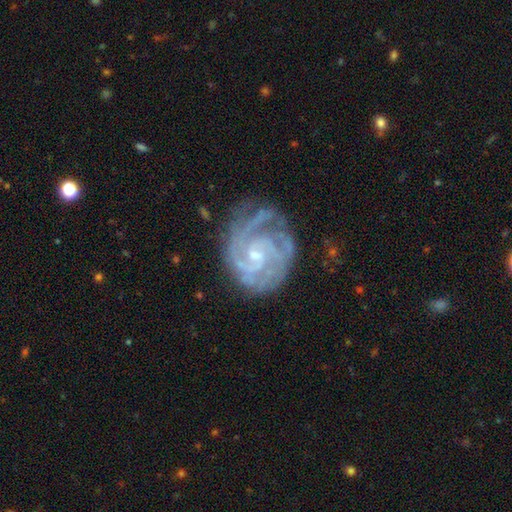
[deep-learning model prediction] featured or disk 89%, star or artifact 6%, smooth 5%. Down the decision tree: edge-on disk — no (98%); bar — no (58%); spiral arms — yes (97%); spiral arm count — 3 (27%, tied with 2); spiral winding — tight (68%); bulge size — small (74%); merging — none (64%).